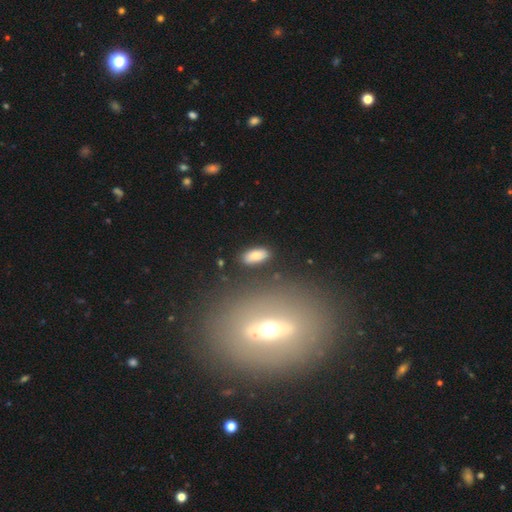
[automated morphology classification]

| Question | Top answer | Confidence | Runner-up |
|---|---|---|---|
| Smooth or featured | smooth | 79% | featured or disk (12%) |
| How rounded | in between | 88% | cigar-shaped (9%) |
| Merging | none | 86% | minor disturbance (9%) |